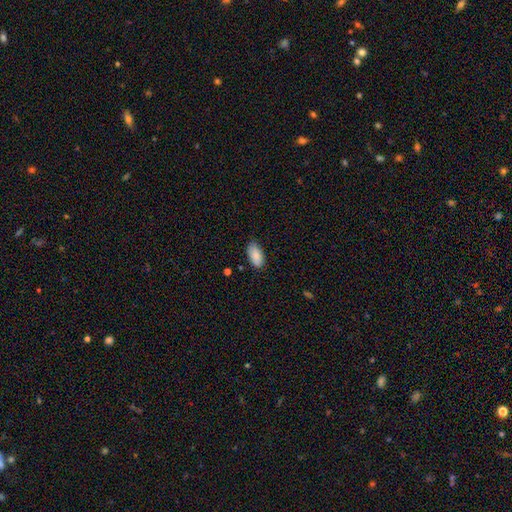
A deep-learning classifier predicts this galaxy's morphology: type=smooth (87%); roundness=in between (94%); merging=none (82%).